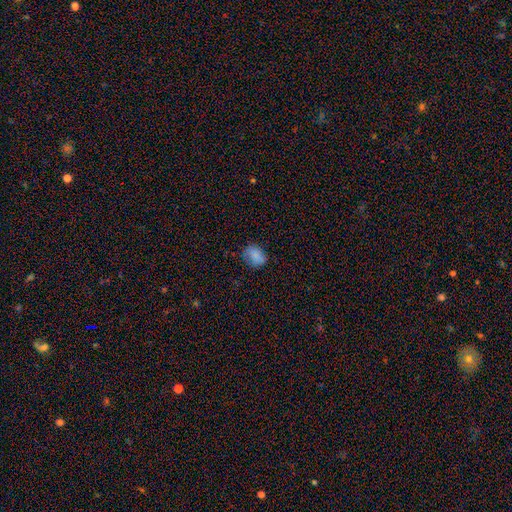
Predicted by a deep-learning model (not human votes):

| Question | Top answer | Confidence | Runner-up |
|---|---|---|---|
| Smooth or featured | smooth | 80% | featured or disk (10%) |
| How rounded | in between | 57% | round (42%) |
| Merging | none | 69% | minor disturbance (23%) |